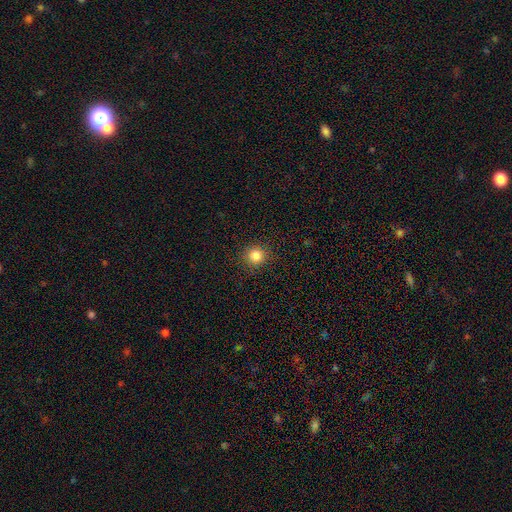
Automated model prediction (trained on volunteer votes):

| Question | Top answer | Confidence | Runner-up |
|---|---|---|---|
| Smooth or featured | smooth | 84% | star or artifact (12%) |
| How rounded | round | 94% | in between (6%) |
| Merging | none | 91% | minor disturbance (6%) |